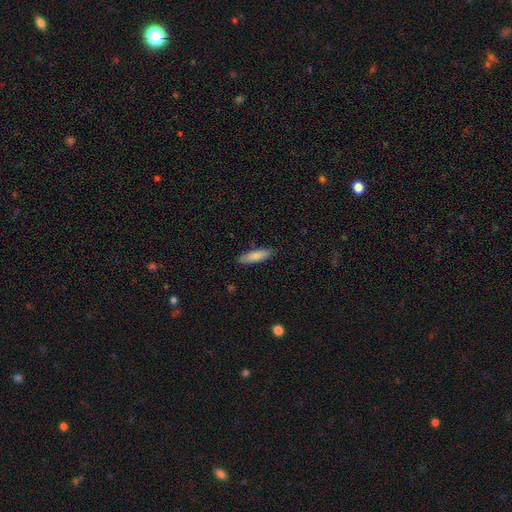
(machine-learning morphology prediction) A smooth galaxy with no disk features (84%) that is cigar-shaped (56%). Merging: none (88%).